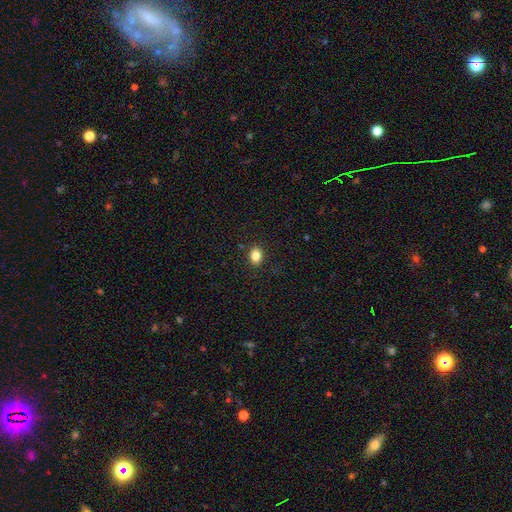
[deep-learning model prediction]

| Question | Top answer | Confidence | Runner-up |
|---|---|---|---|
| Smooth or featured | smooth | 84% | star or artifact (10%) |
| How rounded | in between | 67% | round (32%) |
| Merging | none | 88% | minor disturbance (9%) |